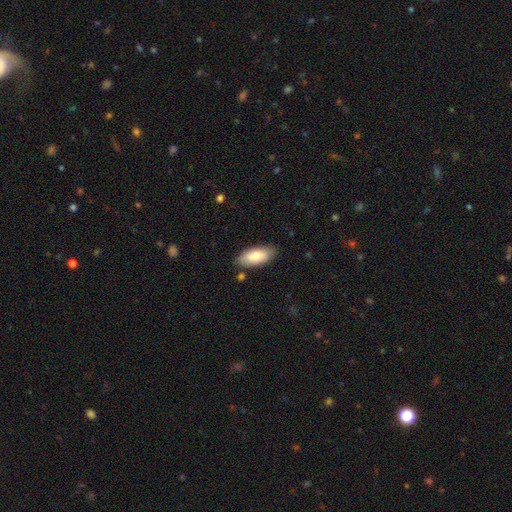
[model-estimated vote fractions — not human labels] Smooth or featured? Predicted: smooth (p=0.76). How rounded? Predicted: in between (p=0.89). Merging? Predicted: none (p=0.82).